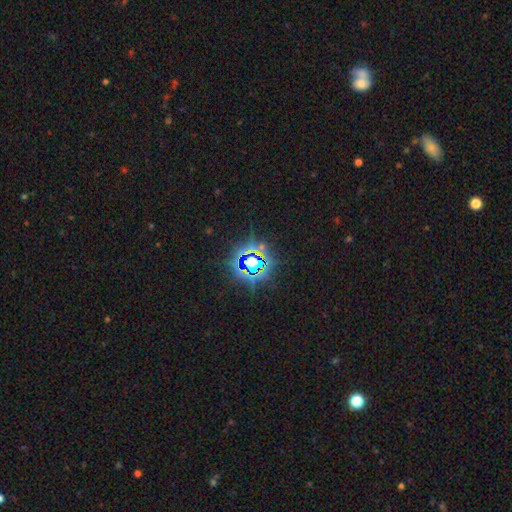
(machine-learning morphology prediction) smooth-or-featured: star or artifact: 80% | smooth: 12% | featured or disk: 8%